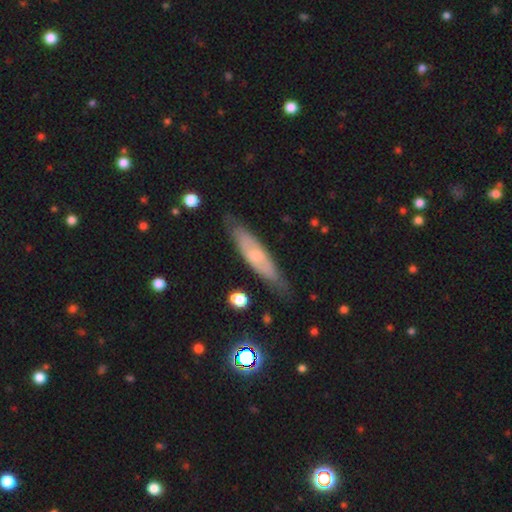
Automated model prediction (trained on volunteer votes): A smooth galaxy with no disk features (47%). Merging: none (76%).